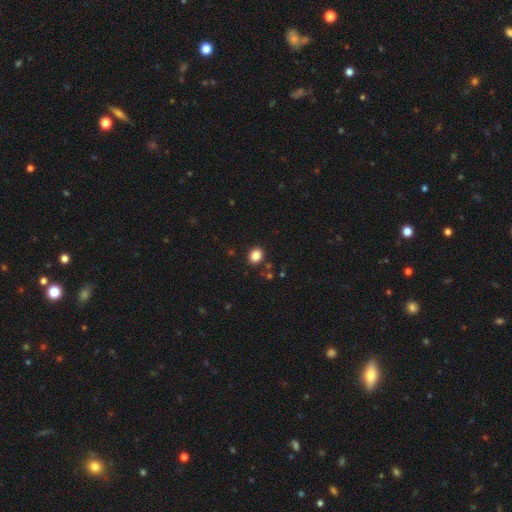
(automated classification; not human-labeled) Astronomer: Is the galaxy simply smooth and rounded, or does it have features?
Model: smooth — 85%.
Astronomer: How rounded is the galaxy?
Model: round — 62% (runner-up: in between, 37%).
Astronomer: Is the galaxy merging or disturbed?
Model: none — 88%.